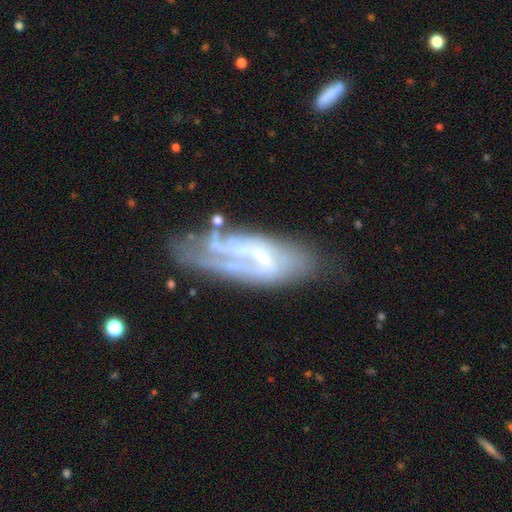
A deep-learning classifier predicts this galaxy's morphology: smooth-or-featured: featured or disk: 76% | smooth: 16% | star or artifact: 8%
  disk-edge-on: no: 86% | yes: 14%
    bar: weak: 40% | no: 35% | strong: 25%
    has-spiral-arms: yes: 82% | no: 18%
      spiral-winding: tight: 39% | medium: 38% | loose: 23%
      spiral-arm-count: can't tell: 38% | 2: 28% | 1: 16% | 3: 11% | 4: 4% | more than 4: 3%
    bulge-size: small: 57% | moderate: 25% | none: 15% | large: 3% | dominant: 1%
  merging: none: 50% | minor disturbance: 24% | major disturbance: 20% | merger: 6%